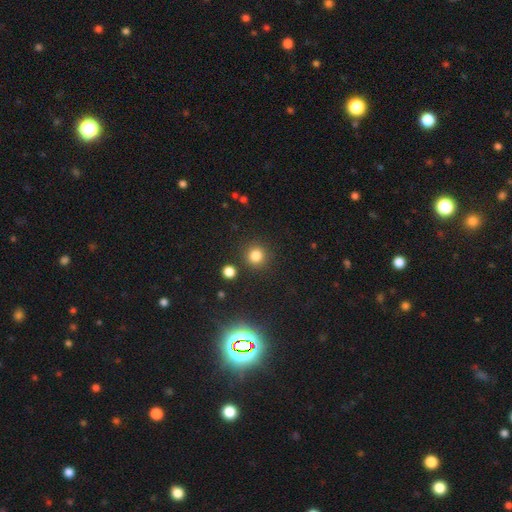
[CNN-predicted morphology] Smooth or featured: smooth — 80% (star or artifact — 15%)
How rounded: round — 92% (in between — 7%)
Merging: none — 87% (minor disturbance — 7%)